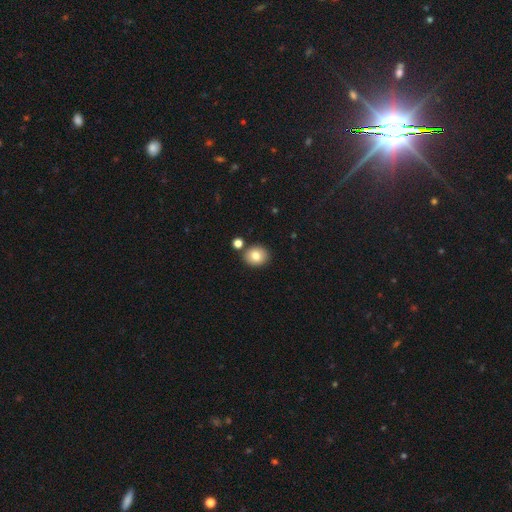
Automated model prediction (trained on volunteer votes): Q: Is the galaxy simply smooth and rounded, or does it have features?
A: smooth — 81%.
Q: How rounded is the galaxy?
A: round — 67%.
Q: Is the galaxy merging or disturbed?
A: none — 81%.